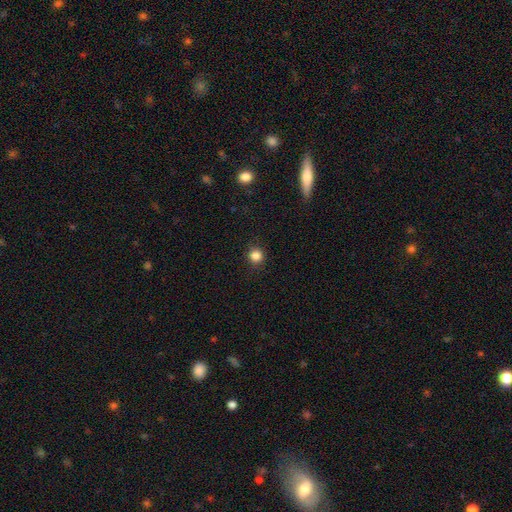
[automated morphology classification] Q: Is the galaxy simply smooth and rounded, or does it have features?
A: smooth — 84%.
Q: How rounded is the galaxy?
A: round — 93%.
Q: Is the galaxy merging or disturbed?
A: none — 90%.